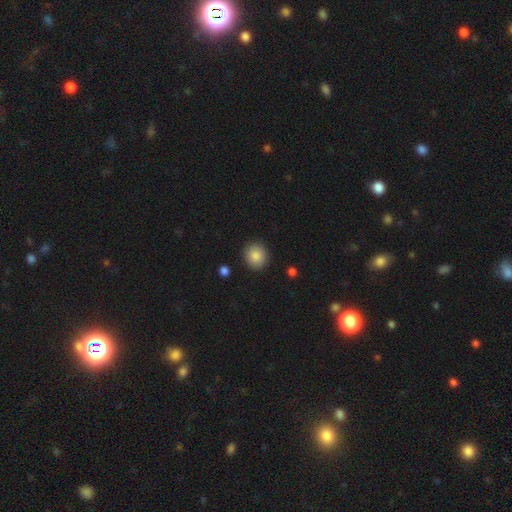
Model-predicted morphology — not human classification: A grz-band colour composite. It shows a smooth galaxy with no disk features (86%) that is round (85%). Merging: none (91%).